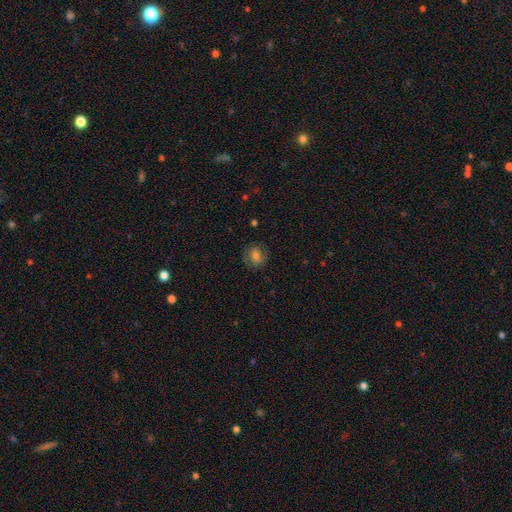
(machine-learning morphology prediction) Overall: smooth (71%). How rounded: round (73%). Merging: none (80%).